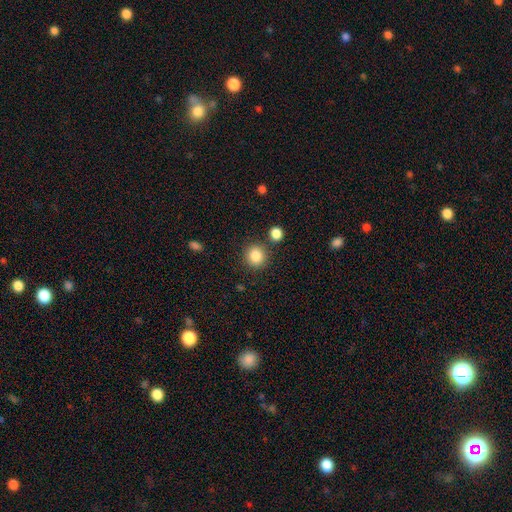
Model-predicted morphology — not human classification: A smooth galaxy with no disk features (86%) that is round (91%). Merging: none (83%).